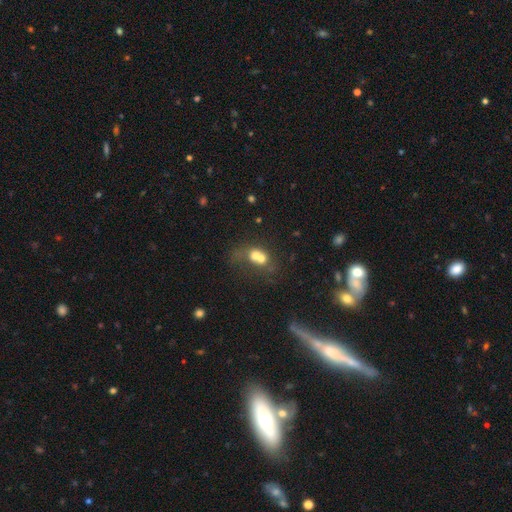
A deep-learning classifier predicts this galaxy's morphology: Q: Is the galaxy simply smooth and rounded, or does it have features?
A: smooth — 60%.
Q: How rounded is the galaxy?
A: round — 65%.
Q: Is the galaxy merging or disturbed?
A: merger — 68%.